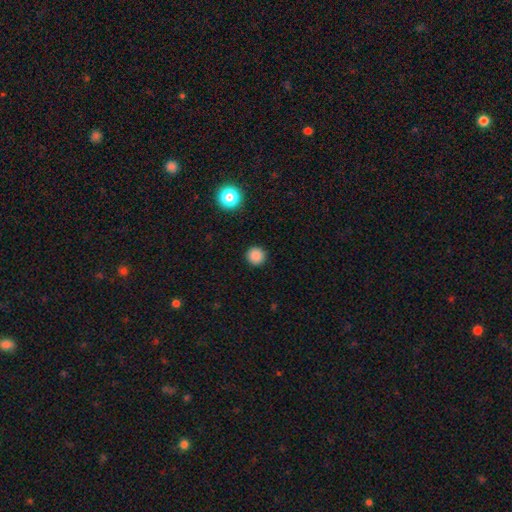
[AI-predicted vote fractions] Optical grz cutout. It shows a smooth galaxy with no disk features (86%) that is round (95%). Merging: none (92%).